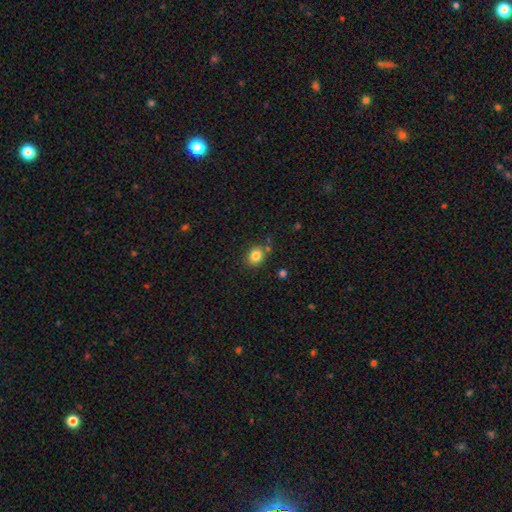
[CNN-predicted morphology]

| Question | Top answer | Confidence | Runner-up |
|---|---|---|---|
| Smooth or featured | smooth | 83% | star or artifact (11%) |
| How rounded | round | 67% | in between (33%) |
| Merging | none | 78% | minor disturbance (12%) |